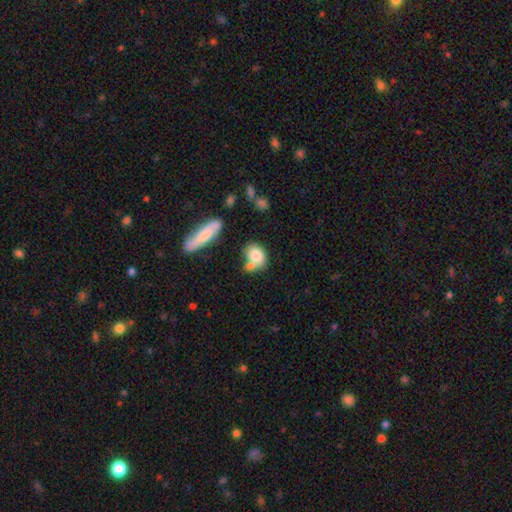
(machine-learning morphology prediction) smooth-or-featured: smooth: 78% | featured or disk: 14% | star or artifact: 8%
  how-rounded: in between: 58% | round: 39% | cigar-shaped: 3%
  merging: none: 43% | merger: 34% | minor disturbance: 17% | major disturbance: 6%